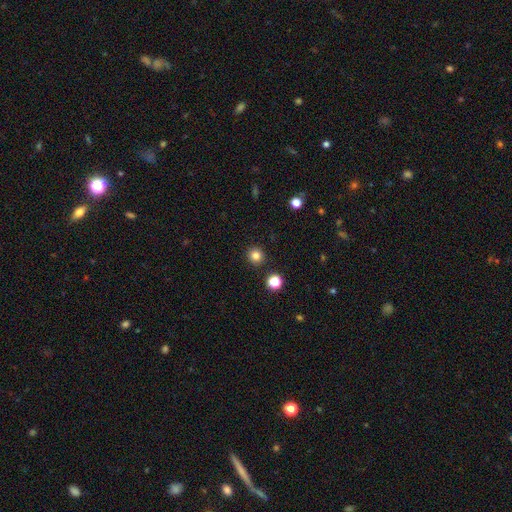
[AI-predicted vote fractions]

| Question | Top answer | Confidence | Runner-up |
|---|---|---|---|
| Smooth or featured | smooth | 81% | star or artifact (13%) |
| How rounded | round | 94% | in between (5%) |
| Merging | none | 91% | minor disturbance (5%) |